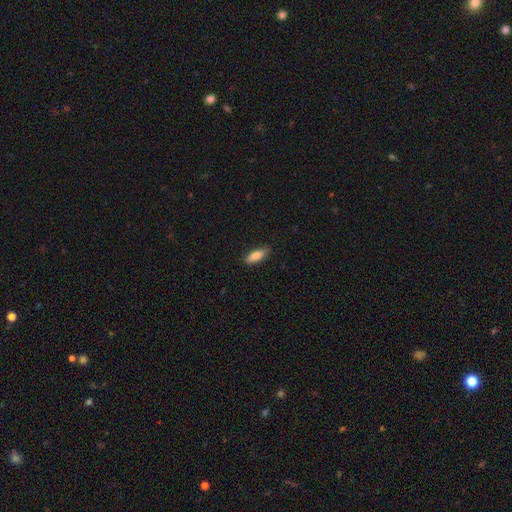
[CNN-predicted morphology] smooth 78%, featured or disk 16%, star or artifact 6%. Down the decision tree: how rounded — in between (60%); merging — none (86%).